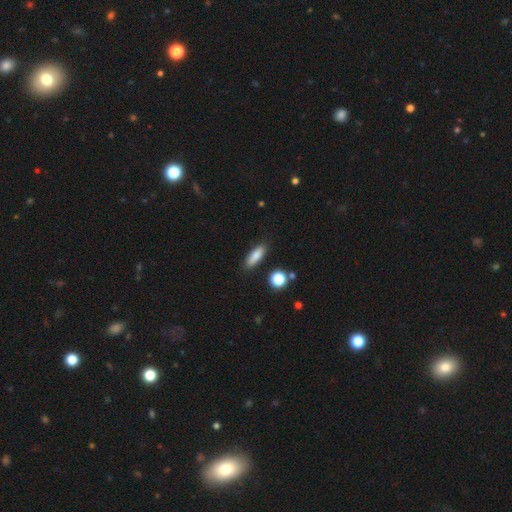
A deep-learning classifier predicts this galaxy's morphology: Smooth or featured? smooth (81%)
How rounded? in between (52%)
Merging? none (85%)